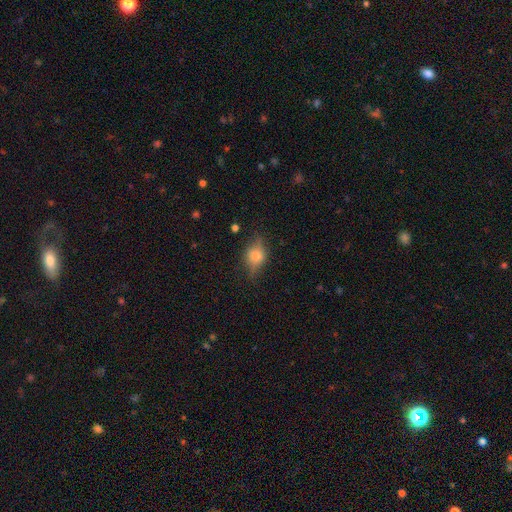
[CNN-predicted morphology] Smooth or featured? Predicted: smooth (p=0.53). How rounded? Predicted: in between (p=0.61). Merging? Predicted: none (p=0.70).